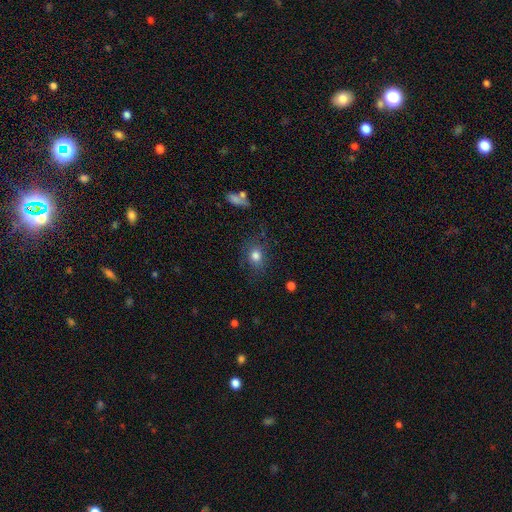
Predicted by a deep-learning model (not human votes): Overall: smooth (78%). How rounded: round (59%; in between 40%). Merging: none (75%).